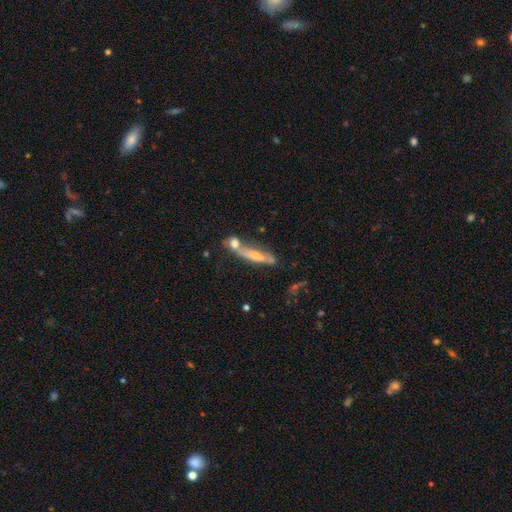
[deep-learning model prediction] Overall: smooth (46%; featured or disk 45%). Merging: merger (41%; none 34%).